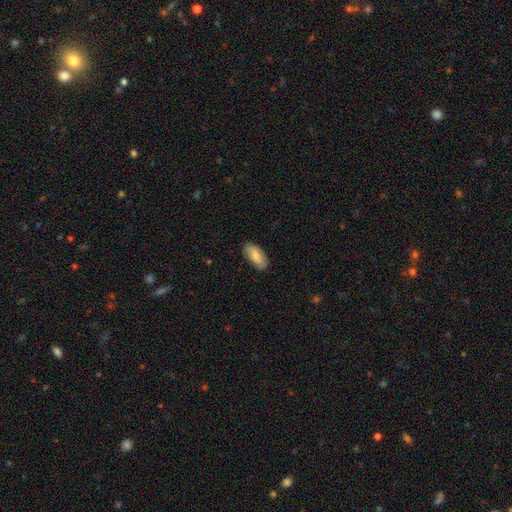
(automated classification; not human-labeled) This is clearly a smooth galaxy (82%). How rounded: clearly in between (89%). Merging: clearly none (87%).